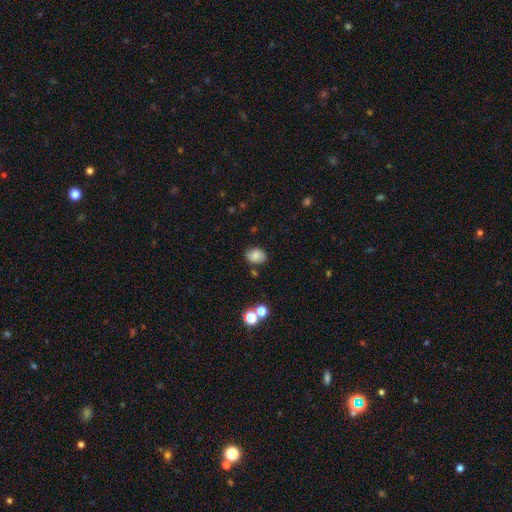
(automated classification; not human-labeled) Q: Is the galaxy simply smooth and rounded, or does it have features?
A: smooth — 76%.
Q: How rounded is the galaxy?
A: in between — 62%.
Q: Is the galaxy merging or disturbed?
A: none — 80%.